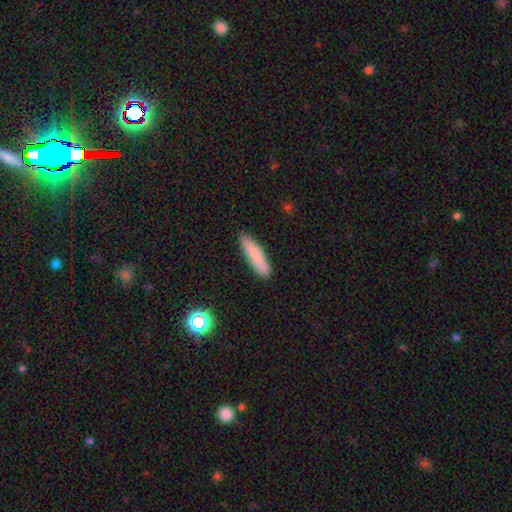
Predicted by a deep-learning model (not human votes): The model was most divided on "how rounded": cigar-shaped: 78%, in between: 20%, round: 1%. More confident: merging — none (88%); smooth or featured — smooth (82%).